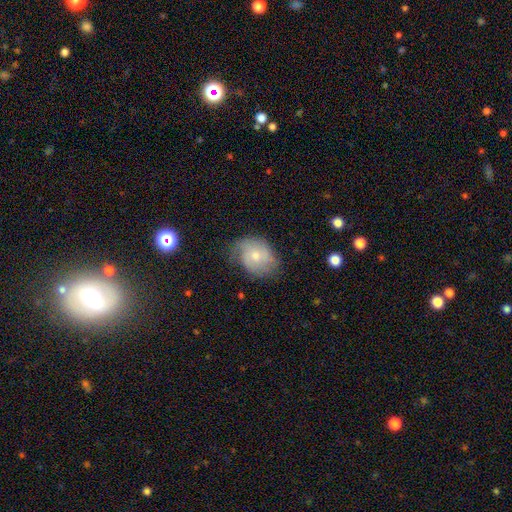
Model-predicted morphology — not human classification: type=featured or disk (53%); edge-on=no (97%); bar=no (73%); spiral arms=yes (82%); bulge=moderate (51%); merging=none (58%).